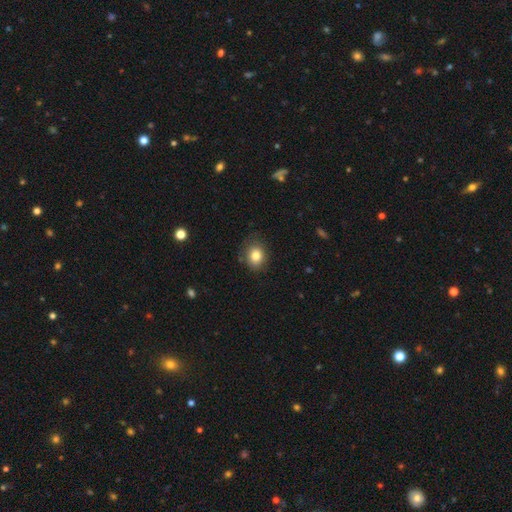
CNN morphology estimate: The model was most divided on "how rounded": round: 54%, in between: 45%, cigar-shaped: 1%. More confident: smooth or featured — smooth (83%); merging — none (82%).